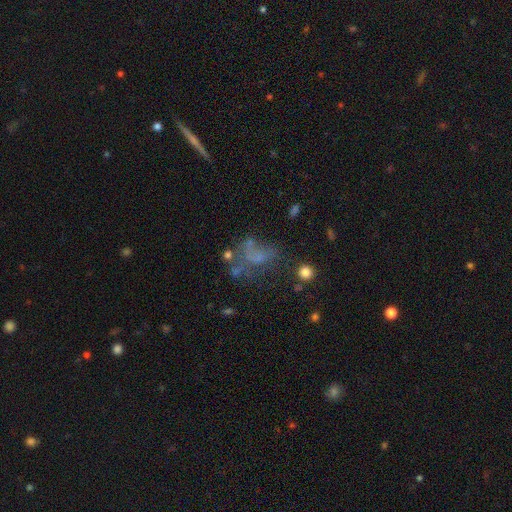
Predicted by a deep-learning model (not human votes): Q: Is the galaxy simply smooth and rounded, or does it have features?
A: smooth — 40%.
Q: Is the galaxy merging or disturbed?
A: major disturbance — 36%.